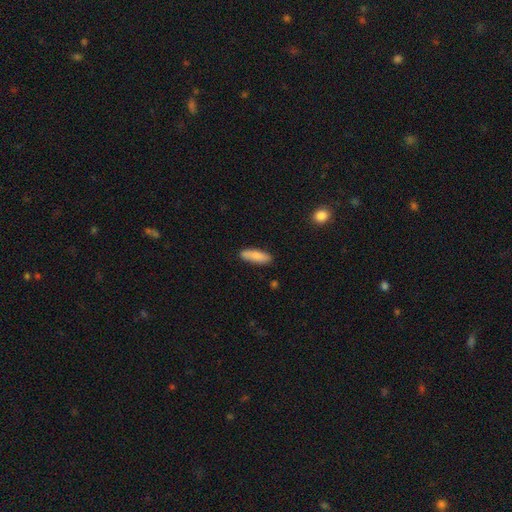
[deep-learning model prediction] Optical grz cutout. It shows a smooth galaxy with no disk features (82%) that is in between round and cigar-shaped (49%, tied with cigar-shaped). Merging: none (84%).